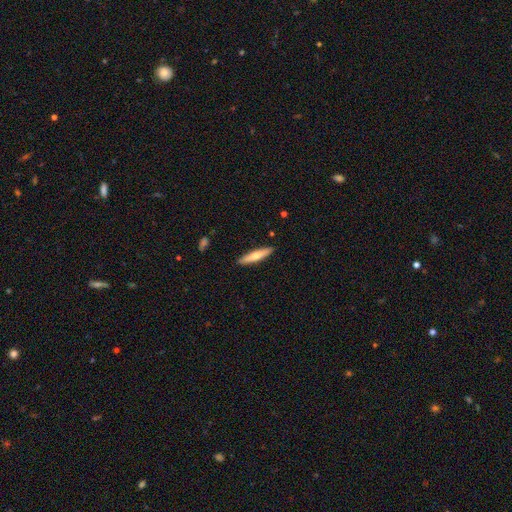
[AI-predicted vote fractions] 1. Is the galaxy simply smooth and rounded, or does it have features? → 59% smooth, 36% featured or disk, 5% star or artifact.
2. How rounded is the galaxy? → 86% cigar-shaped, 12% in between, 1% round.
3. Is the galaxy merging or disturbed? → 91% none, 7% minor disturbance, 1% major disturbance, 1% merger.